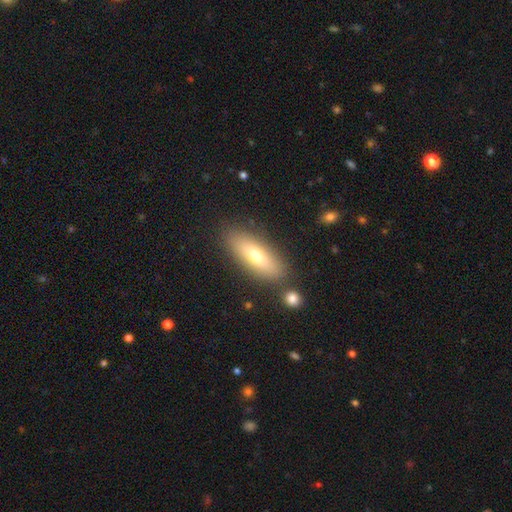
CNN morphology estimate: Overall: smooth (65%; featured or disk 28%). How rounded: in between (64%; cigar-shaped 33%). Merging: none (81%).